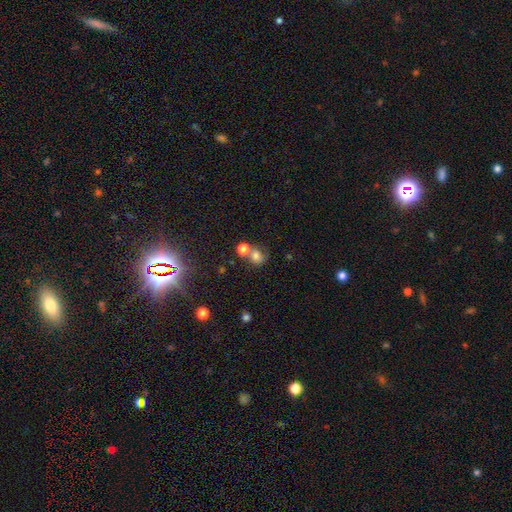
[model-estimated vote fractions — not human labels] Smooth or featured: smooth — 69% (star or artifact — 16%)
How rounded: round — 67% (in between — 32%)
Merging: none — 43% (merger — 36%)